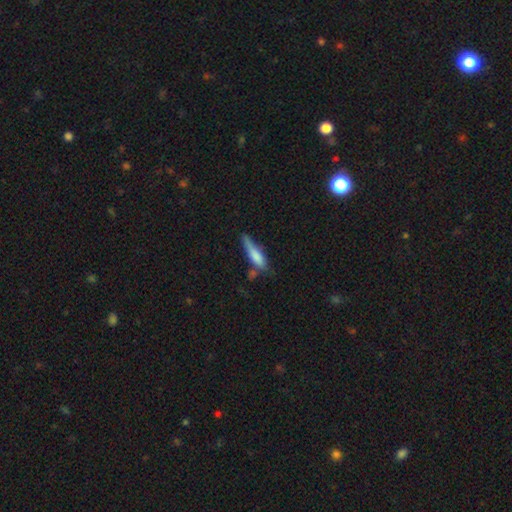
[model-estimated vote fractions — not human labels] Smooth or featured?
  - smooth: 72% *
  - featured or disk: 22%
  - star or artifact: 7%
How rounded?
  - cigar-shaped: 73% *
  - in between: 25%
  - round: 2%
Merging?
  - none: 43% *
  - minor disturbance: 33%
  - major disturbance: 13%
  - merger: 12%